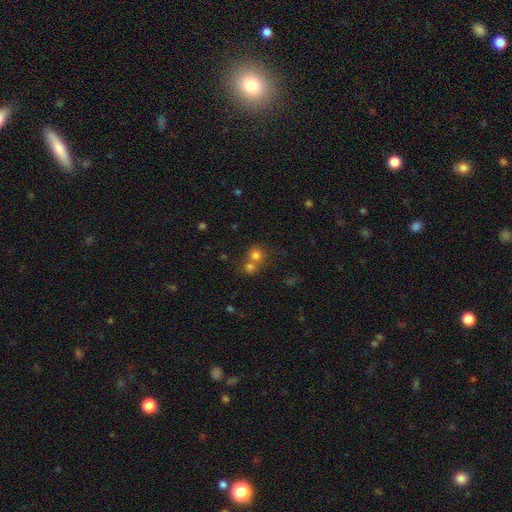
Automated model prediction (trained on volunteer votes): Smooth or featured?
  - smooth: 74% *
  - star or artifact: 16%
  - featured or disk: 10%
How rounded?
  - round: 85% *
  - in between: 14%
  - cigar-shaped: 1%
Merging?
  - merger: 49% *
  - none: 42%
  - minor disturbance: 6%
  - major disturbance: 3%